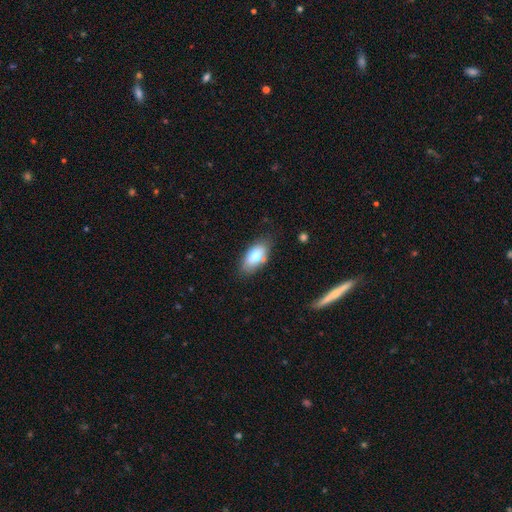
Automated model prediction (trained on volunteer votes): Overall: smooth (76%). How rounded: in between (91%). Merging: none (76%).